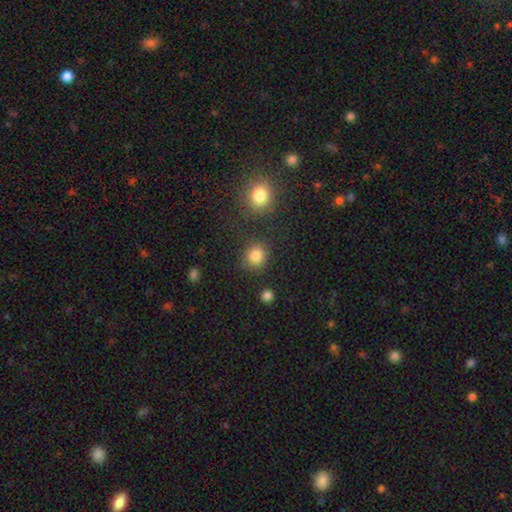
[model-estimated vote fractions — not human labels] smooth 84%, star or artifact 11%, featured or disk 5%. Down the decision tree: how rounded — round (83%); merging — none (82%).